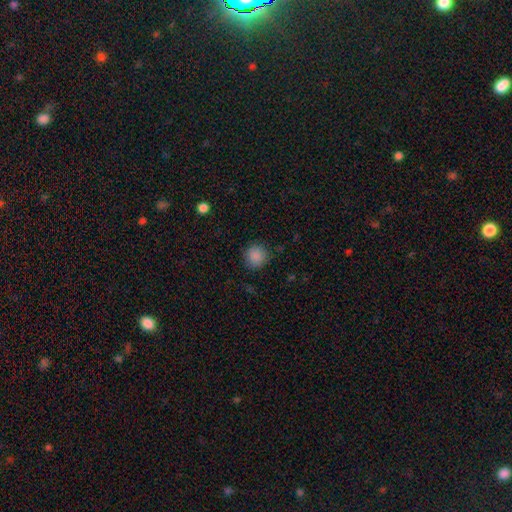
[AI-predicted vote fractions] Morphology: type=smooth (87%); roundness=round (92%); merging=none (87%).